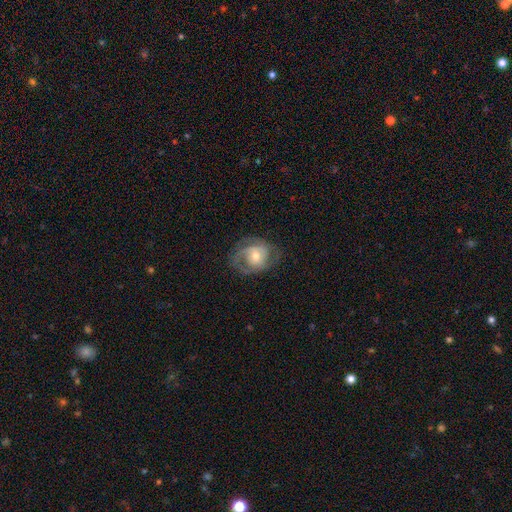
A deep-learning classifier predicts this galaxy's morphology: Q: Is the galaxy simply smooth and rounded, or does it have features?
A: featured or disk — 74%.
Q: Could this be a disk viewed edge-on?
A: no — 97%.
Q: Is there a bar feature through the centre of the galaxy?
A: no — 68%.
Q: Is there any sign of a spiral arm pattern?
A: yes — 87%.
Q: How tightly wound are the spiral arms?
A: tight — 47%.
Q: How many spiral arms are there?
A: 2 — 46%.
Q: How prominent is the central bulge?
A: moderate — 61%.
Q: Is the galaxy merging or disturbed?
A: none — 66%.